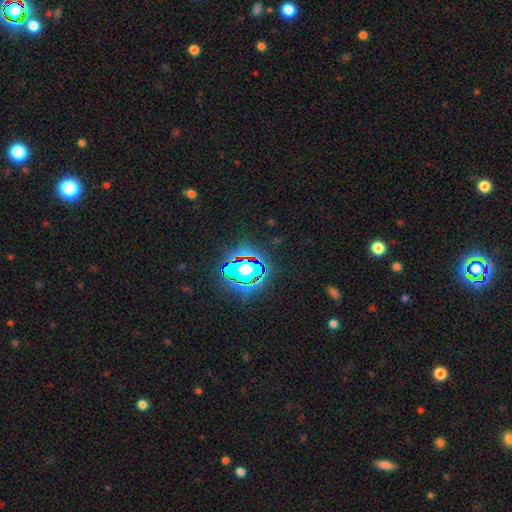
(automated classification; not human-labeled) Q: Smooth or featured?
A: star or artifact (82%); runner-up: smooth (11%)